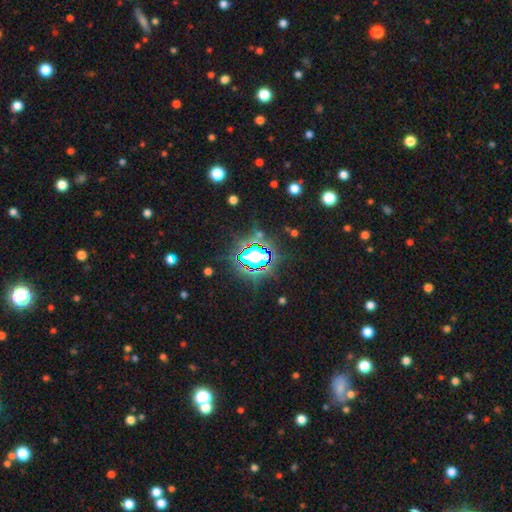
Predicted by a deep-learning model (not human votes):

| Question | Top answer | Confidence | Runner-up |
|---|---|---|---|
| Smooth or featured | star or artifact | 68% | smooth (20%) |